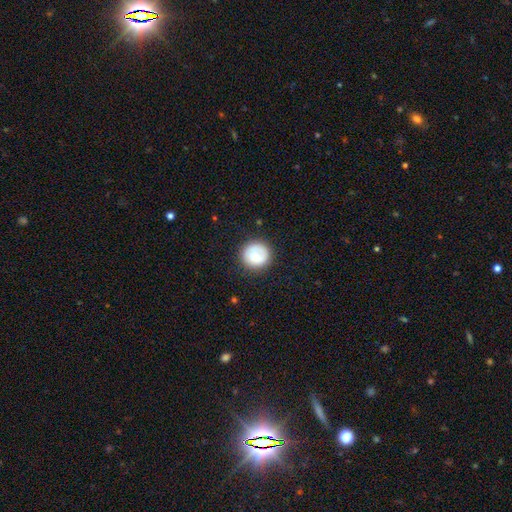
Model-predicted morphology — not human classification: smooth_or_featured: smooth (p=0.84) [alt: featured or disk p=0.08]
how_rounded: round (p=0.92) [alt: in between p=0.07]
merging: none (p=0.84) [alt: minor disturbance p=0.11]